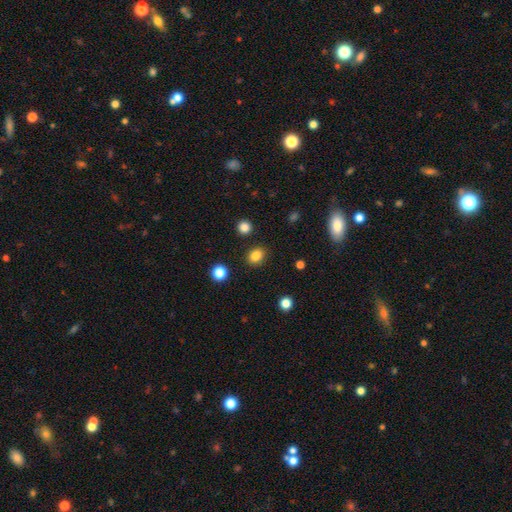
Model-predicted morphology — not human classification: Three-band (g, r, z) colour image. It shows a smooth galaxy with no disk features (84%) that is round (58%). Merging: none (87%).